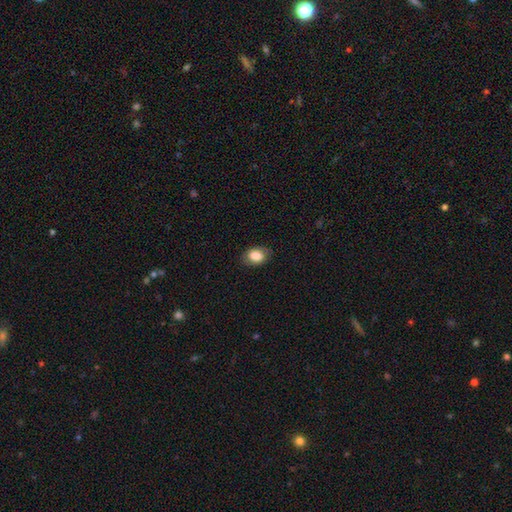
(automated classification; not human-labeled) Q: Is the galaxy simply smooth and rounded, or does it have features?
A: smooth — 83%.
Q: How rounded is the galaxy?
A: in between — 81%.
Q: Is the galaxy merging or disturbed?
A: none — 81%.